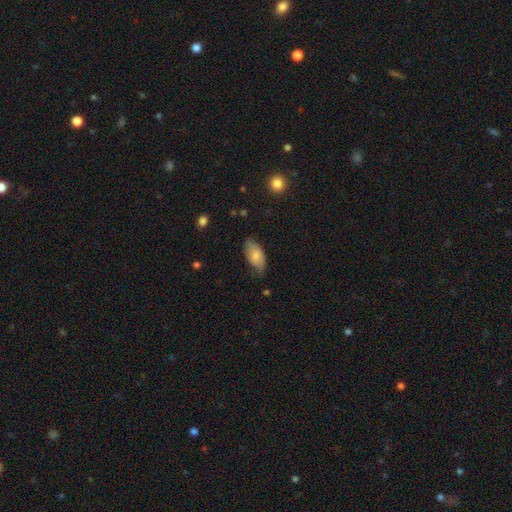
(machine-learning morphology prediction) smooth_or_featured: smooth (p=0.78) [alt: featured or disk p=0.15]
how_rounded: in between (p=0.93) [alt: cigar-shaped p=0.04]
merging: none (p=0.66) [alt: minor disturbance p=0.28]